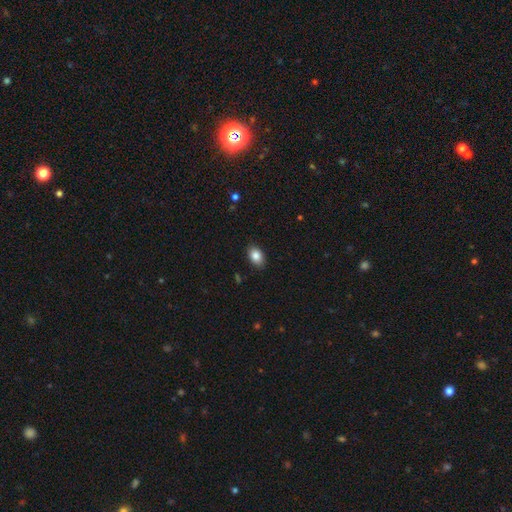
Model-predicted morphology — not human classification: Overall: smooth (85%). How rounded: in between (84%). Merging: none (87%).